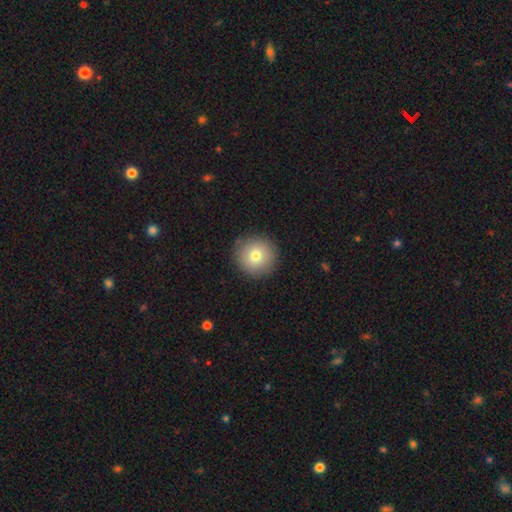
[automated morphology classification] Smooth or featured? Predicted: smooth (p=0.78). How rounded? Predicted: round (p=0.95). Merging? Predicted: none (p=0.90).